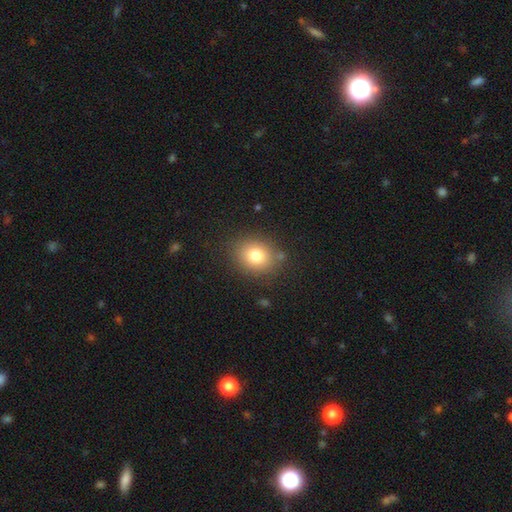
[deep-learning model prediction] This is likely a smooth galaxy (79%). How rounded: likely round (67%). Merging: clearly none (83%).